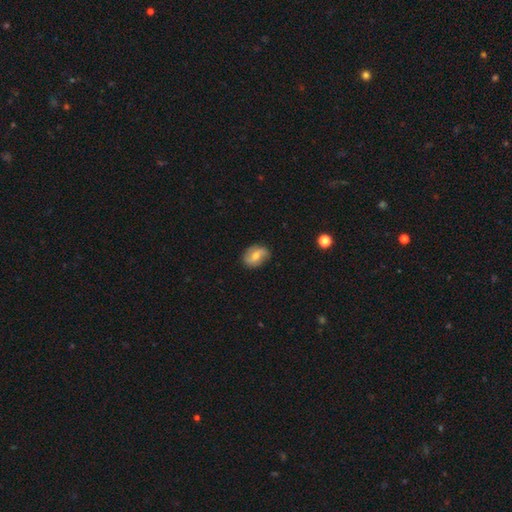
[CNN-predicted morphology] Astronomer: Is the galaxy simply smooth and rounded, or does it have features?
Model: featured or disk — 60%.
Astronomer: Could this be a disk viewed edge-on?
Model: no — 96%.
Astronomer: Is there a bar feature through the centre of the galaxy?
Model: weak — 46% (runner-up: no, 33%).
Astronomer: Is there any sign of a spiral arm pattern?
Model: yes — 86%.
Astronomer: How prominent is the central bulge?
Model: moderate — 55% (runner-up: small, 38%).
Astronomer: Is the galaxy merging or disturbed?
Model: none — 82%.